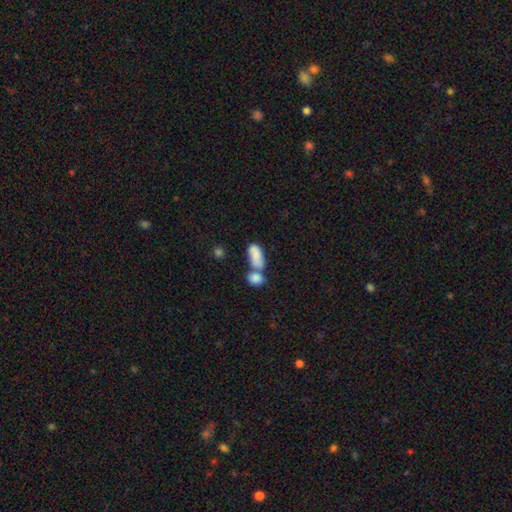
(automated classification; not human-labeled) smooth 81%, featured or disk 12%, star or artifact 7%. Down the decision tree: how rounded — in between (89%); merging — merger (56%).